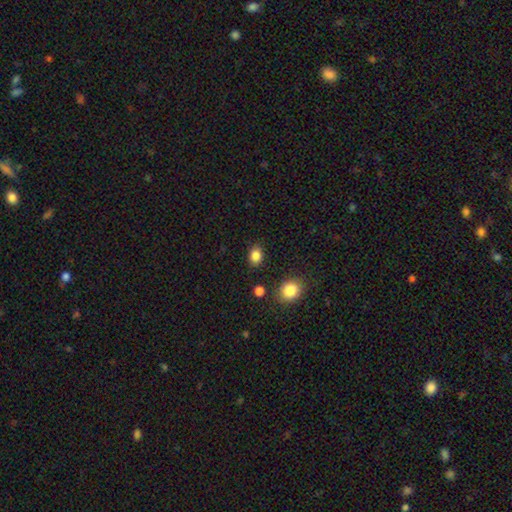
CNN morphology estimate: Smooth or featured? Predicted: smooth (p=0.85). How rounded? Predicted: in between (p=0.59). Merging? Predicted: none (p=0.84).